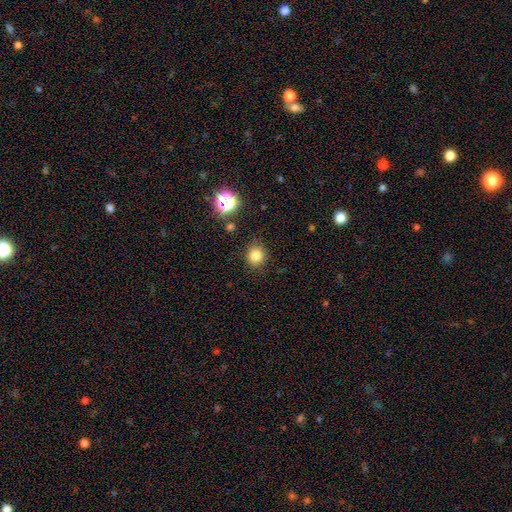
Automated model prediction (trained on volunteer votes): Smooth or featured?
  - smooth: 80% *
  - star or artifact: 14%
  - featured or disk: 6%
How rounded?
  - round: 84% *
  - in between: 15%
  - cigar-shaped: 1%
Merging?
  - none: 85% *
  - minor disturbance: 10%
  - major disturbance: 3%
  - merger: 2%